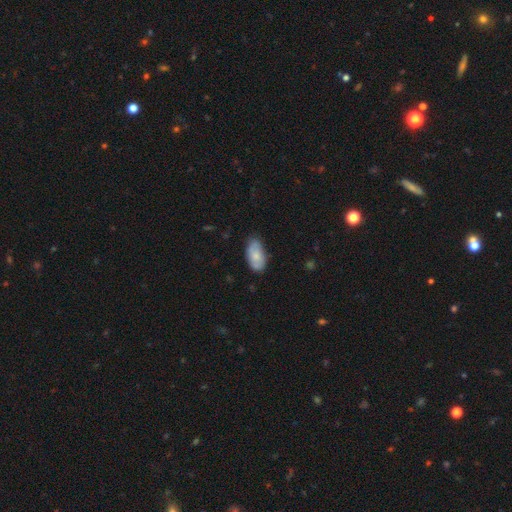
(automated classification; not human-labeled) The model was most divided on "merging": none: 72%, minor disturbance: 23%, major disturbance: 4%, merger: 1%. More confident: how rounded — in between (93%); smooth or featured — smooth (72%).